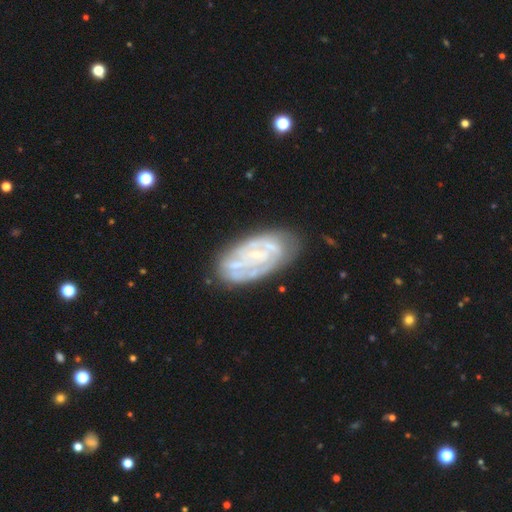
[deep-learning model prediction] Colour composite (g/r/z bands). It shows a featured or disk galaxy (80%) with no bar (58%), tight (60%) spiral arms (82%) and a small central bulge (76%). Merging: none (69%).